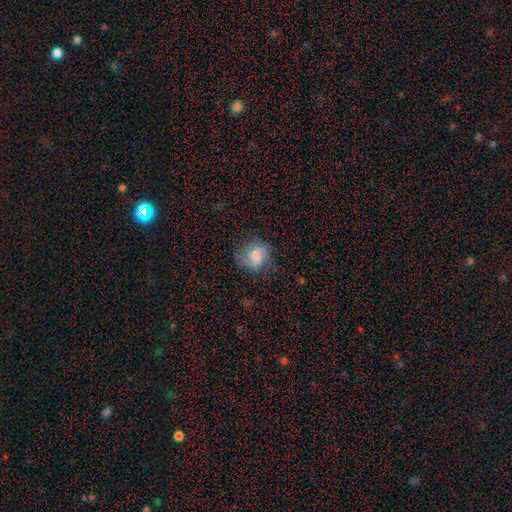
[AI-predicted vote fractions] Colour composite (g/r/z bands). It shows a smooth galaxy with no disk features (59%) that is round (73%). Merging: none (63%).